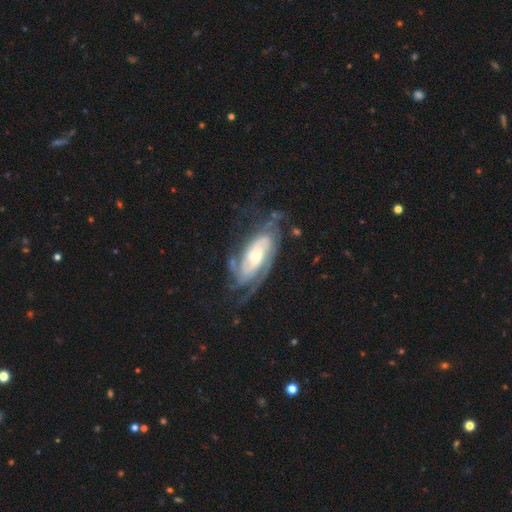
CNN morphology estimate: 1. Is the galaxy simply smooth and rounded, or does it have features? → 86% featured or disk, 9% smooth, 5% star or artifact.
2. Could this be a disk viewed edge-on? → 92% no, 8% yes.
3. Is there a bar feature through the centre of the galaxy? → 59% no, 26% weak, 14% strong.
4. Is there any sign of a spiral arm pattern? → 95% yes, 5% no.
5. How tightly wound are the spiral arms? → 57% tight, 32% medium, 11% loose.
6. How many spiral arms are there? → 30% 2, 29% can't tell, 20% 3, 10% 4, 5% 1, 5% more than 4.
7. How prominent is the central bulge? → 48% moderate, 43% small, 6% large, 1% none, 1% dominant.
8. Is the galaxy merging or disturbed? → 61% none, 20% minor disturbance, 17% major disturbance, 2% merger.